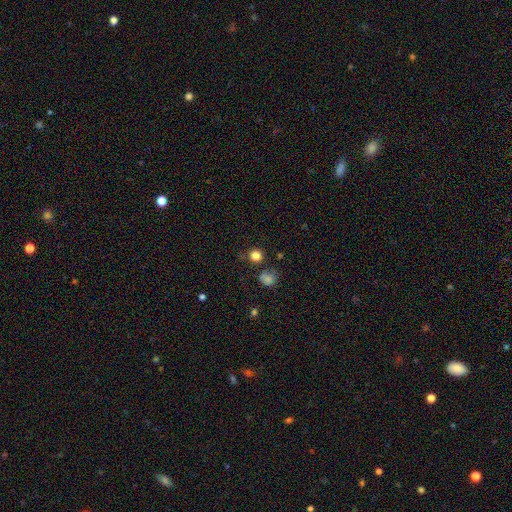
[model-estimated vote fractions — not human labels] Smooth or featured?
  - smooth: 81% *
  - star or artifact: 14%
  - featured or disk: 5%
How rounded?
  - round: 90% *
  - in between: 9%
  - cigar-shaped: 1%
Merging?
  - none: 77% *
  - minor disturbance: 11%
  - merger: 8%
  - major disturbance: 4%